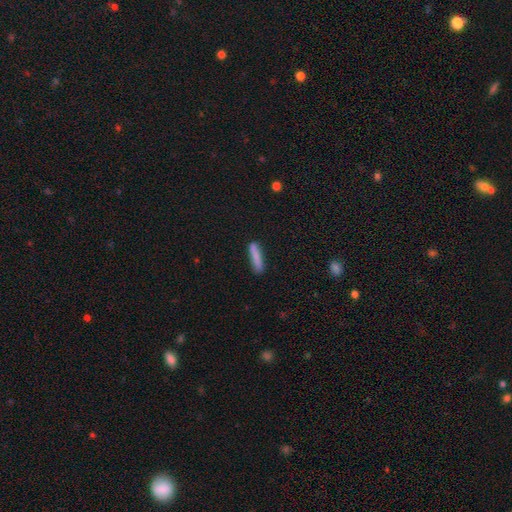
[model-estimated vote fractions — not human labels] Smooth or featured?
  - smooth: 83% *
  - featured or disk: 11%
  - star or artifact: 6%
How rounded?
  - cigar-shaped: 89% *
  - in between: 10%
  - round: 2%
Merging?
  - none: 84% *
  - minor disturbance: 12%
  - major disturbance: 2%
  - merger: 2%